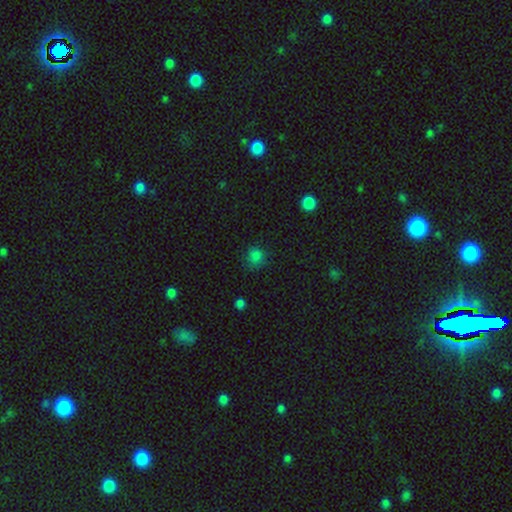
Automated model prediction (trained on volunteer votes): This is likely a smooth galaxy (78%). How rounded: clearly round (85%). Merging: likely none (74%).